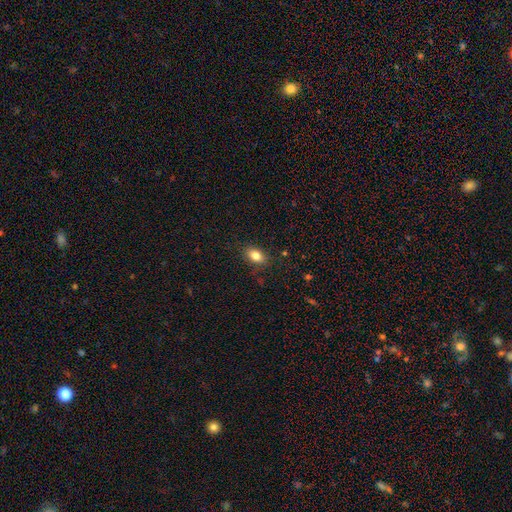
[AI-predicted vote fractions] A smooth galaxy with no disk features (83%) that is in between round and cigar-shaped (84%). Merging: none (84%).